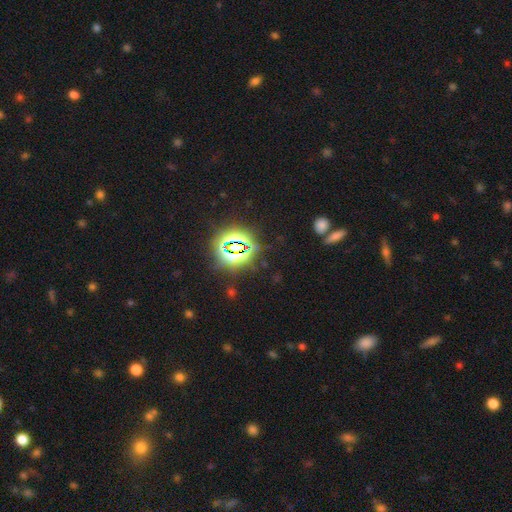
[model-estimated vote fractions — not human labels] Smooth or featured? star or artifact (79%)